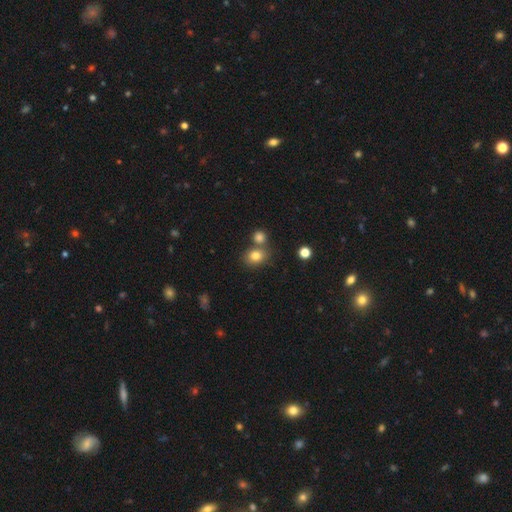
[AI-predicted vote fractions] smooth 81%, star or artifact 12%, featured or disk 8%. Down the decision tree: how rounded — round (59%); merging — none (62%).